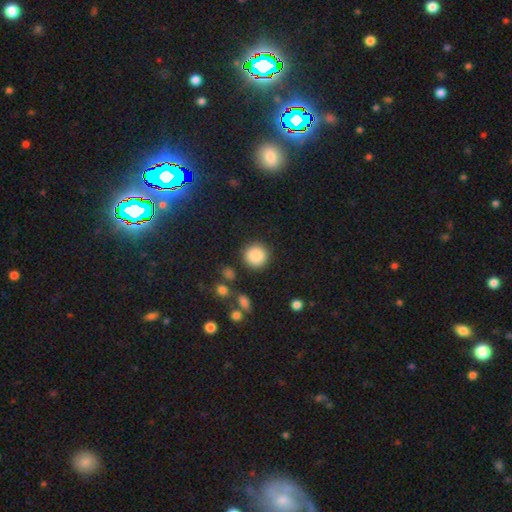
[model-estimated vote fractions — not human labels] Smooth or featured?
  - smooth: 87% *
  - star or artifact: 9%
  - featured or disk: 4%
How rounded?
  - round: 93% *
  - in between: 6%
  - cigar-shaped: 1%
Merging?
  - none: 88% *
  - minor disturbance: 7%
  - major disturbance: 3%
  - merger: 3%